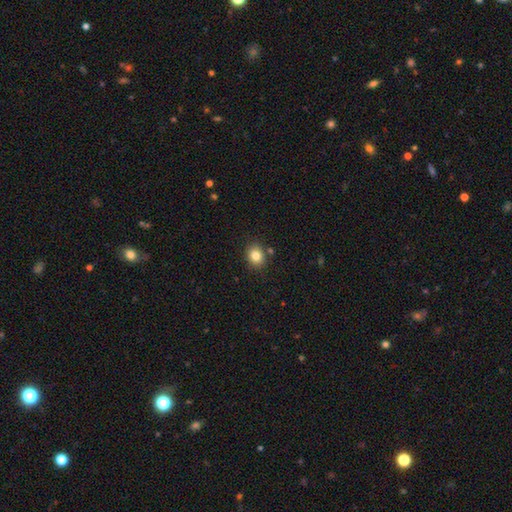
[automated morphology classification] This is clearly a smooth galaxy (83%). How rounded: likely round (64%). Merging: clearly none (84%).